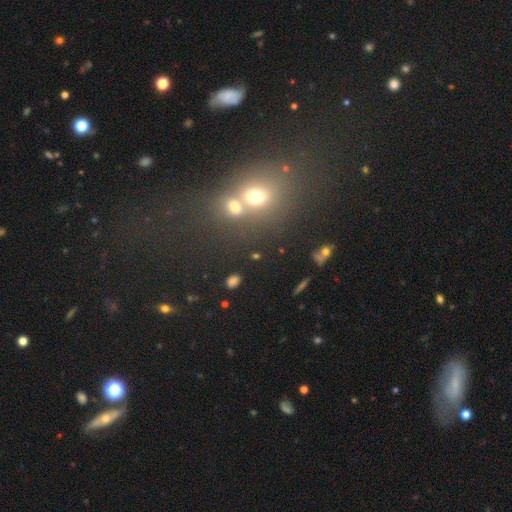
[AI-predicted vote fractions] The model was most divided on "merging": none: 45%, merger: 44%, minor disturbance: 7%, major disturbance: 5%. More confident: how rounded — round (58%); smooth or featured — smooth (54%).